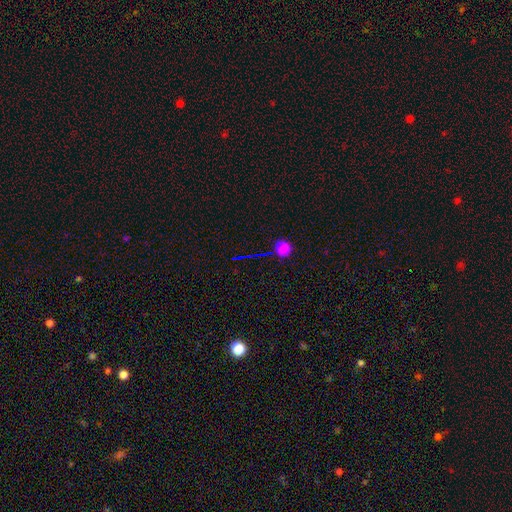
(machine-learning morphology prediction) smooth-or-featured: star or artifact: 48% | smooth: 42% | featured or disk: 10%